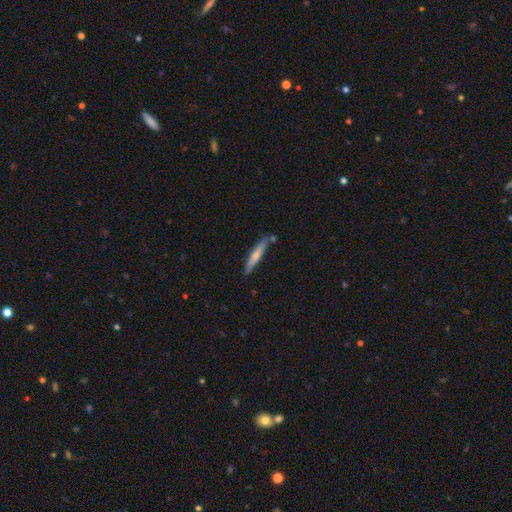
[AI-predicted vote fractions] This appears to be a smooth galaxy with no disk features (60%) that is cigar-shaped (93%). Merging: none (78%).